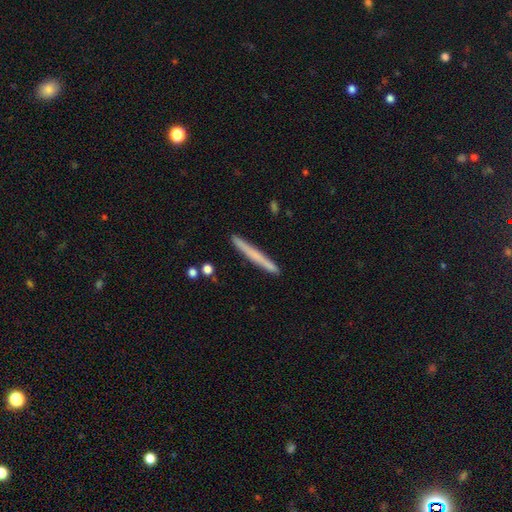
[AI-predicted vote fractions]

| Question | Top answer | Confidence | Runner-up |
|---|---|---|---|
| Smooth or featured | smooth | 60% | featured or disk (34%) |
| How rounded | cigar-shaped | 97% | in between (2%) |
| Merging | none | 90% | minor disturbance (7%) |